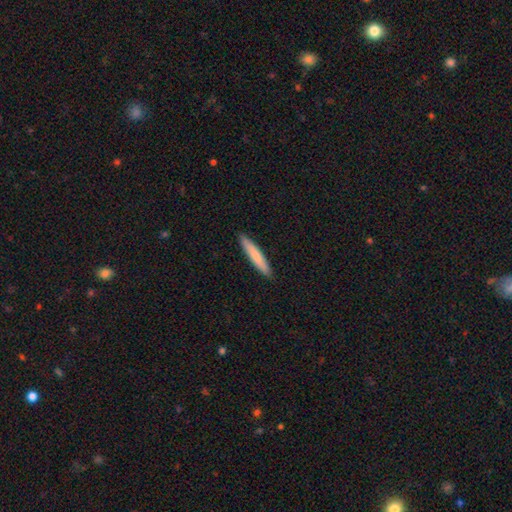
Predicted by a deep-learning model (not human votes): Smooth or featured? smooth (76%)
How rounded? cigar-shaped (92%)
Merging? none (91%)